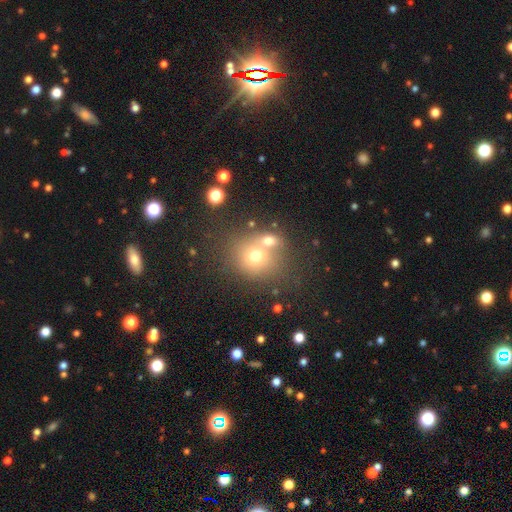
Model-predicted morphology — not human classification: Smooth or featured?
  - smooth: 66% *
  - featured or disk: 17%
  - star or artifact: 17%
How rounded?
  - round: 77% *
  - in between: 23%
  - cigar-shaped: 1%
Merging?
  - none: 43% * (tied)
  - merger: 43% * (tied)
  - minor disturbance: 9%
  - major disturbance: 5%